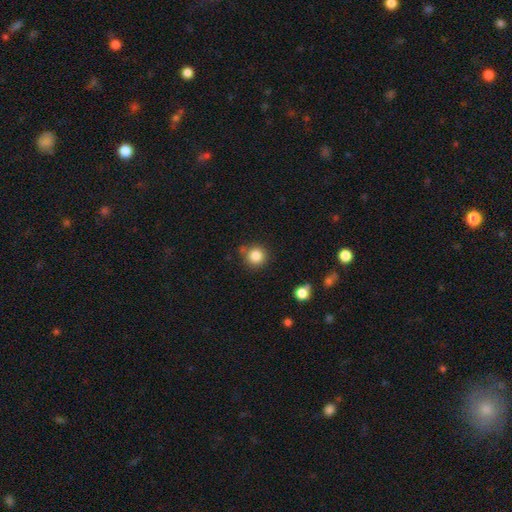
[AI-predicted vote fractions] Morphology: type=smooth (84%); roundness=round (94%); merging=none (80%).